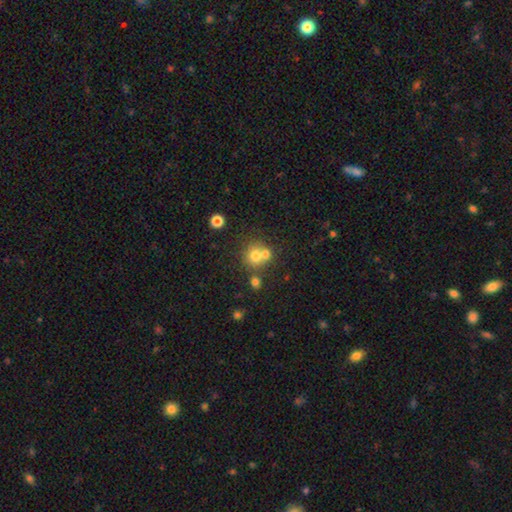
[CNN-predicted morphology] smooth_or_featured: smooth (p=0.71) [alt: featured or disk p=0.15]
how_rounded: round (p=0.86) [alt: in between p=0.13]
merging: none (p=0.47) [alt: merger p=0.43]